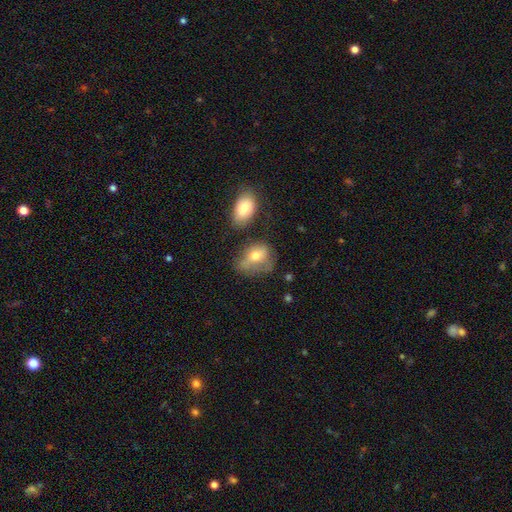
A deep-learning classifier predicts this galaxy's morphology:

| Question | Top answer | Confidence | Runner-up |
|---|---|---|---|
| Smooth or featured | smooth | 66% | featured or disk (24%) |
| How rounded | in between | 64% | round (34%) |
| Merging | none | 34% | minor disturbance (30%) |